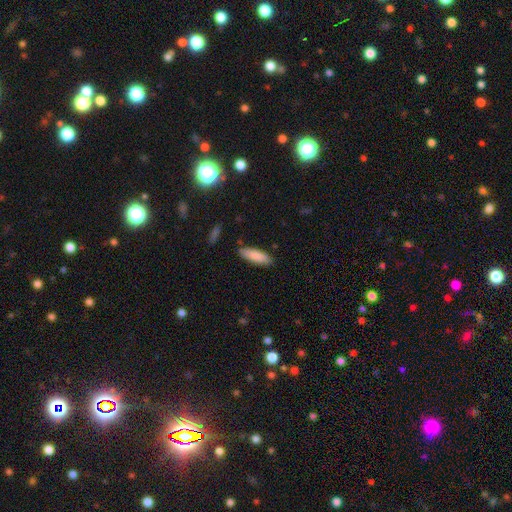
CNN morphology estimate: type=smooth (86%); roundness=in between (54%); merging=none (86%).